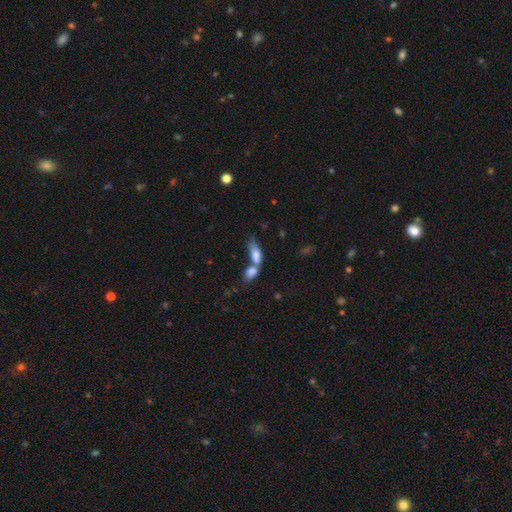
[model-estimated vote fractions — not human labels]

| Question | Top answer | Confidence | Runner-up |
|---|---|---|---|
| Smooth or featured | smooth | 78% | featured or disk (14%) |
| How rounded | in between | 79% | cigar-shaped (16%) |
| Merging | merger | 66% | none (19%) |